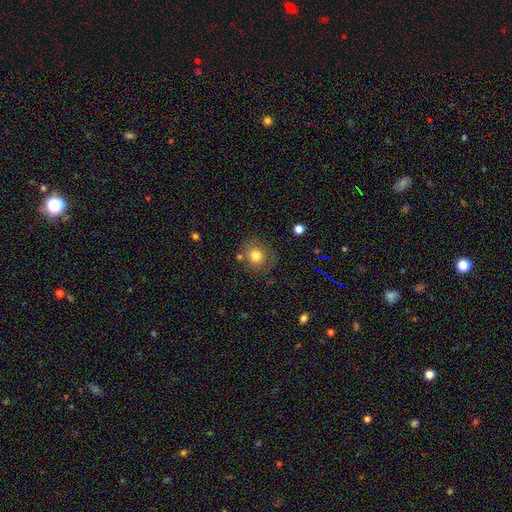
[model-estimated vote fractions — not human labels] smooth-or-featured: smooth: 76% | star or artifact: 12% | featured or disk: 12%
  how-rounded: round: 88% | in between: 11% | cigar-shaped: 1%
  merging: none: 78% | minor disturbance: 13% | major disturbance: 5% | merger: 5%